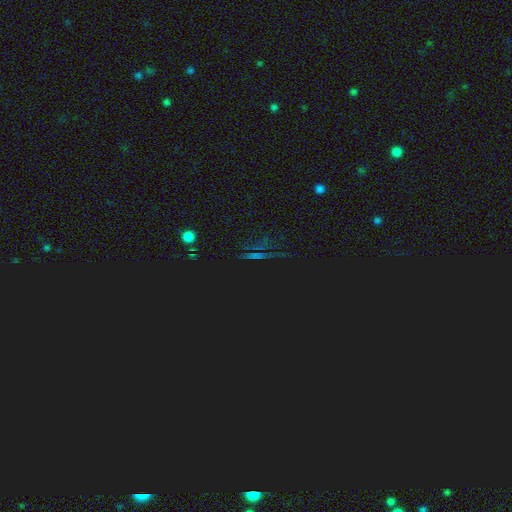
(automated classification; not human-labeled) This is likely a star or artifact rather than a galaxy (79%).